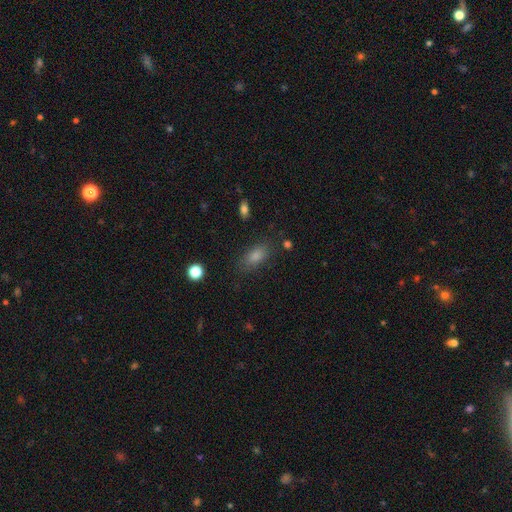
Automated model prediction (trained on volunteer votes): Overall: smooth (73%). How rounded: in between (81%). Merging: none (82%).